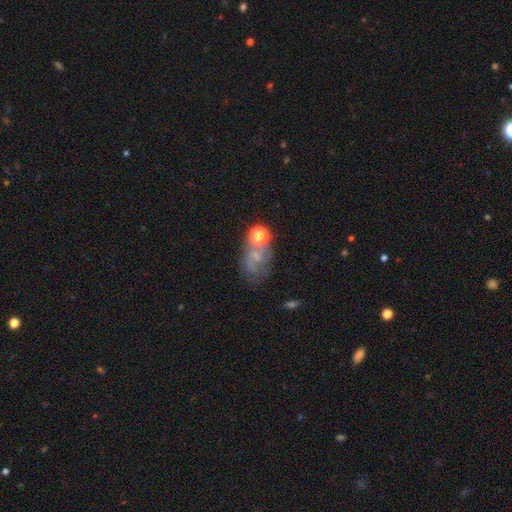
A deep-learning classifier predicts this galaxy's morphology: Overall: featured or disk (47%; smooth 31%). Merging: none (48%; minor disturbance 21%).